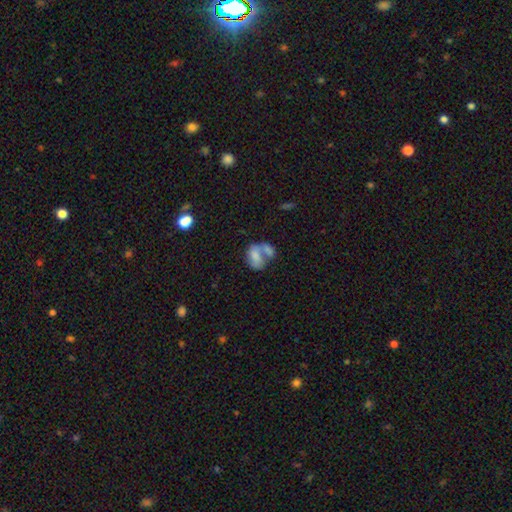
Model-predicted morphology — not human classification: Overall: smooth (61%; featured or disk 30%). How rounded: in between (75%). Merging: merger (58%).